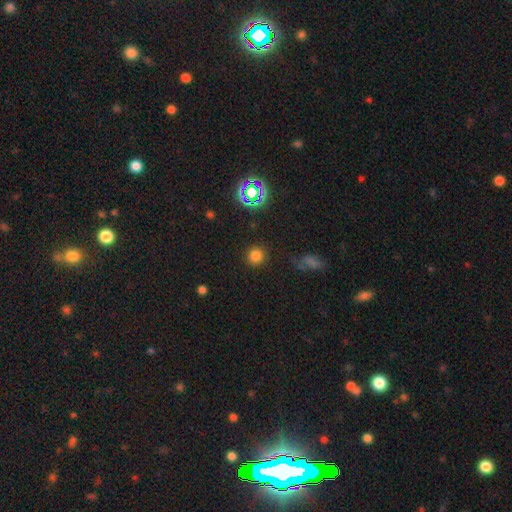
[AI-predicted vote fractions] The model was most divided on "smooth or featured": smooth: 76%, star or artifact: 19%, featured or disk: 5%. More confident: how rounded — round (93%); merging — none (88%).